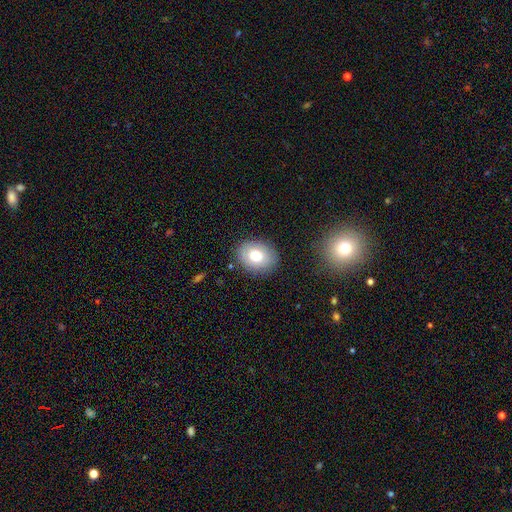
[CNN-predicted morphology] This appears to be a smooth galaxy with no disk features (75%) that is in between round and cigar-shaped (61%). Merging: none (85%).